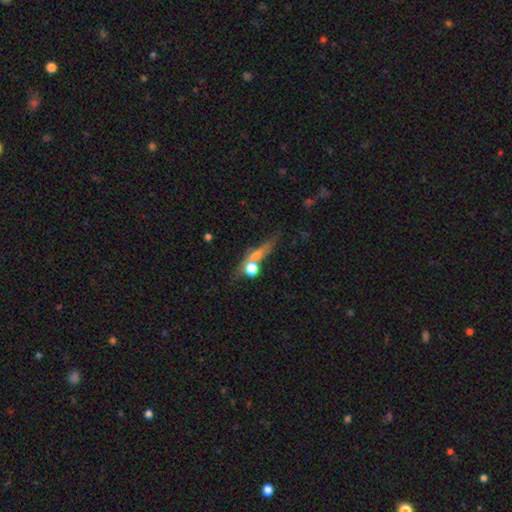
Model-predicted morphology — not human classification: This is marginally a smooth galaxy (44%). Merging: possibly none (53%).